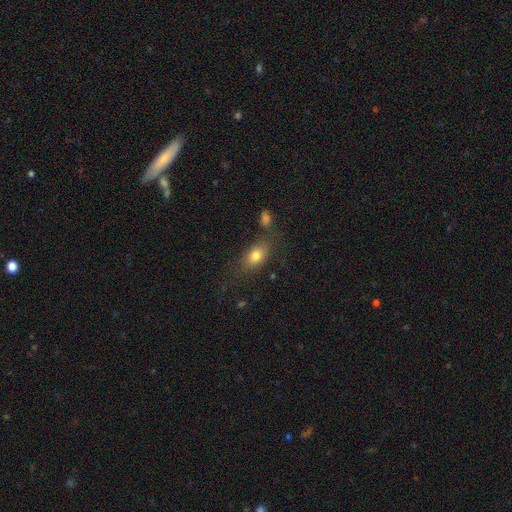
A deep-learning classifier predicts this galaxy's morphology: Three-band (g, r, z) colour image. It shows a smooth galaxy with no disk features (77%) that is in between round and cigar-shaped (80%). Merging: none (69%).